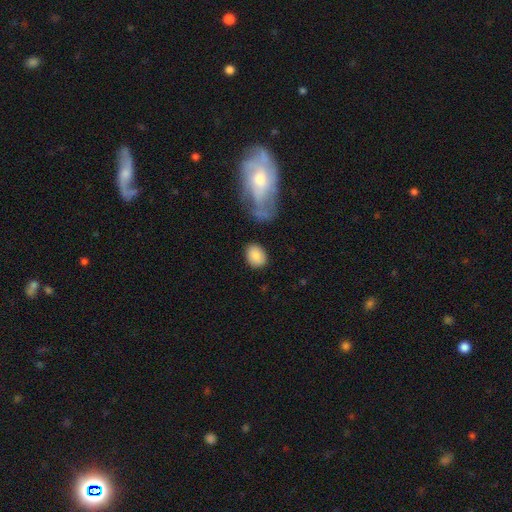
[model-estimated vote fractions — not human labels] Overall: smooth (84%). How rounded: in between (58%; round 40%). Merging: none (78%).